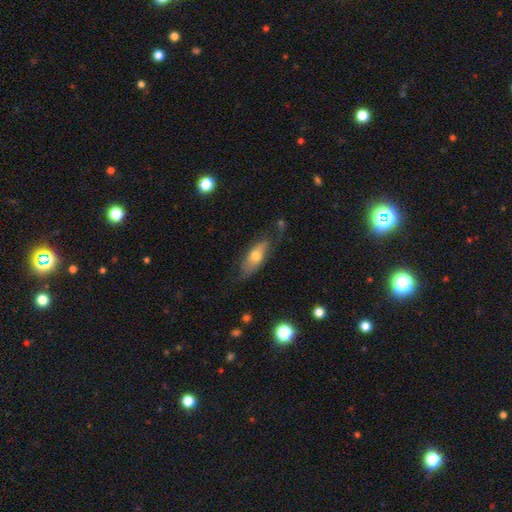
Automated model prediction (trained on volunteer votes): Overall: smooth (61%; featured or disk 32%). How rounded: in between (73%). Merging: none (61%; minor disturbance 27%).